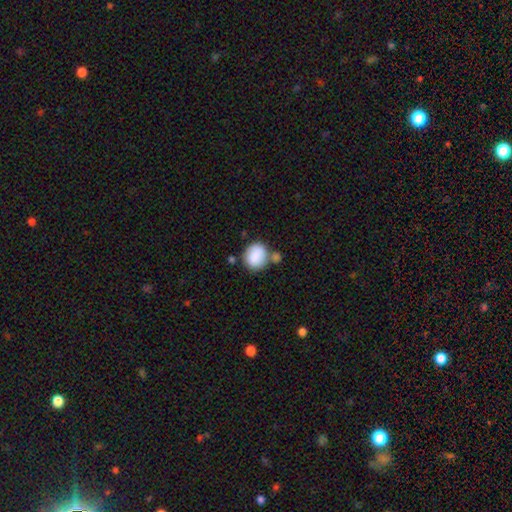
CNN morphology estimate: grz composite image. It shows a smooth galaxy with no disk features (86%) that is round (72%). Merging: none (55%).